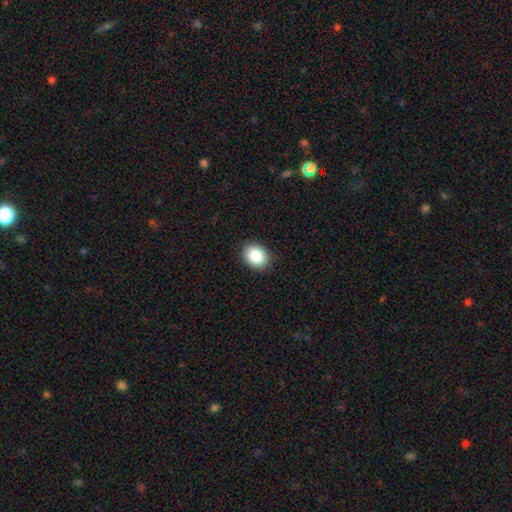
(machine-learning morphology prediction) type=smooth (87%); roundness=in between (59%); merging=none (89%).